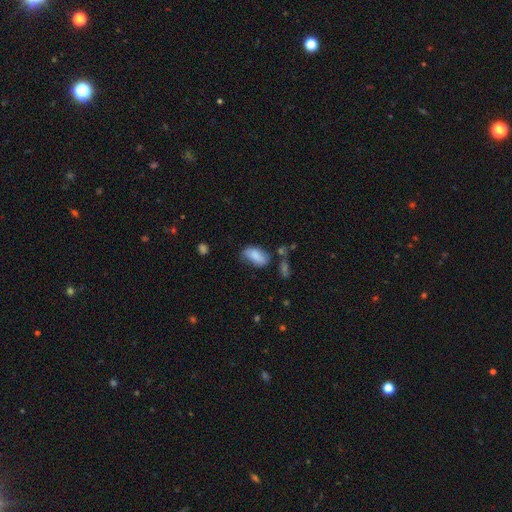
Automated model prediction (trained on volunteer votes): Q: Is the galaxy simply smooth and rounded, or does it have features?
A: smooth — 79%.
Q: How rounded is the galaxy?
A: in between — 92%.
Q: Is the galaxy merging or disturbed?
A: none — 51%.